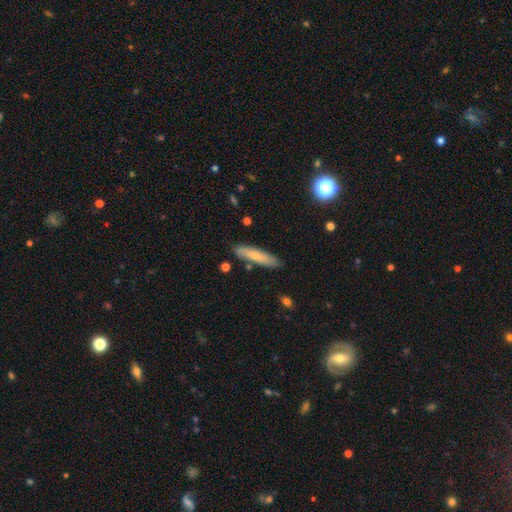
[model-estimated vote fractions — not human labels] Morphology: type=smooth (71%); roundness=cigar-shaped (85%); merging=none (84%).